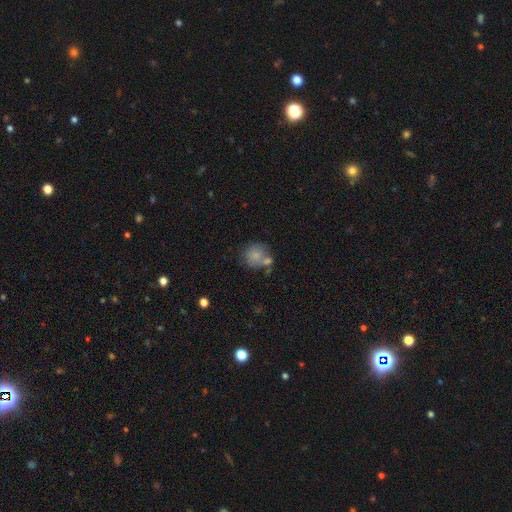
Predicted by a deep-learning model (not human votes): Morphology: type=smooth (76%); roundness=round (83%); merging=none (43%).